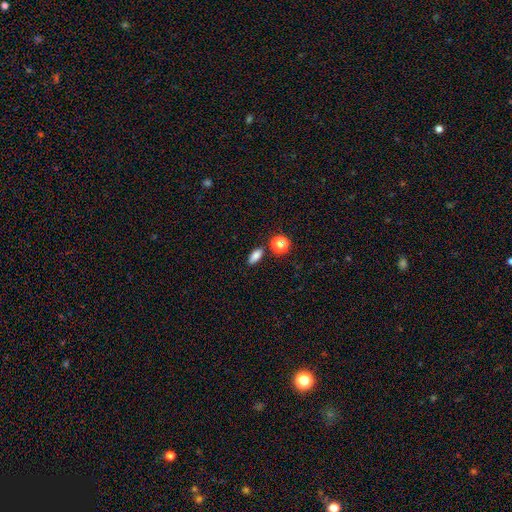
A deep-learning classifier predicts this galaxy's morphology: This appears to be a smooth galaxy with no disk features (80%) that is in between round and cigar-shaped (75%). Merging: none (83%).